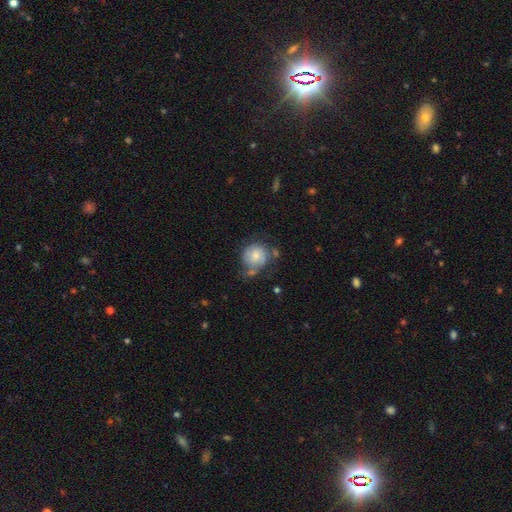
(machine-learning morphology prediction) A smooth galaxy with no disk features (61%) that is round (80%).

Vote fractions:
- Smooth or featured? smooth: 61% / featured or disk: 31% / star or artifact: 8%
- How rounded? round: 80% / in between: 19% / cigar-shaped: 1%
- Merging? none: 44% / minor disturbance: 29% / major disturbance: 15% / merger: 12%